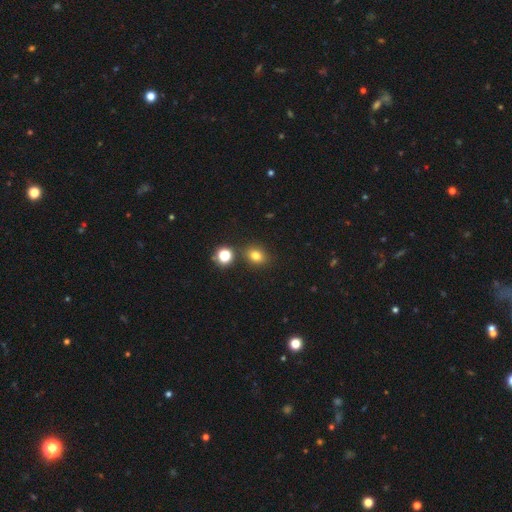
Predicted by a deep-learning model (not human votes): A smooth galaxy with no disk features (77%) that is in between round and cigar-shaped (50%). Merging: none (79%).